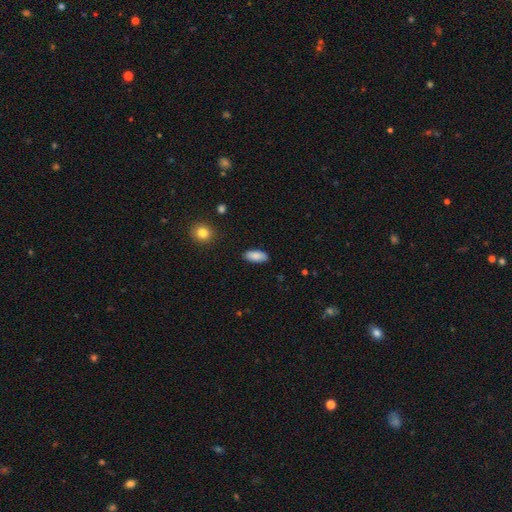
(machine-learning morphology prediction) Overall: smooth (88%). How rounded: in between (87%). Merging: none (88%).